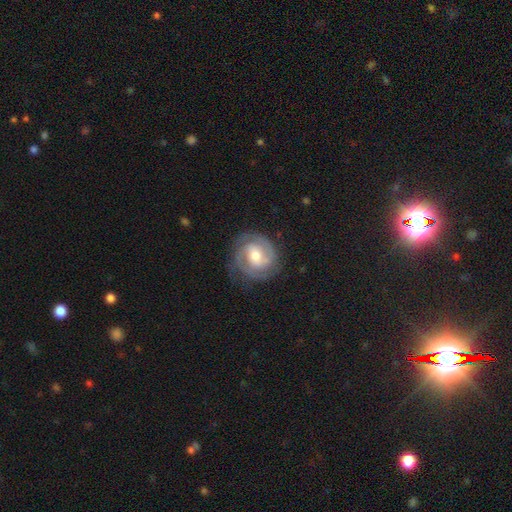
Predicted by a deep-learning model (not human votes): This is clearly a featured or disk galaxy (84%). It is clearly not viewed edge-on (98%). Bar: marginally weak (44%). Spiral arm pattern: clearly yes (96%). Spiral arm count: likely 2 (62%). Spiral winding: likely tight (62%). Central bulge: likely moderate (66%). Merging: likely none (77%).